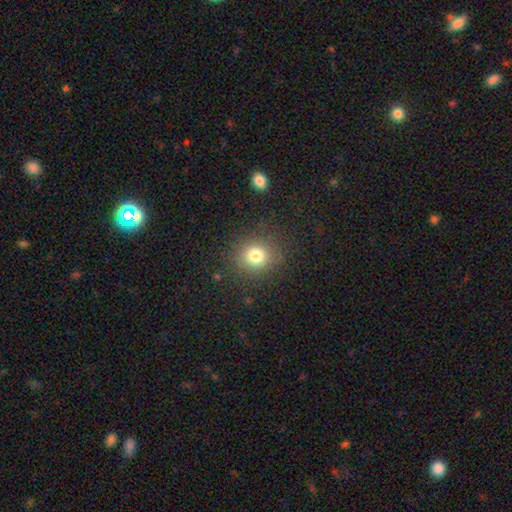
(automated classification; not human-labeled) Smooth or featured?
  - smooth: 78% *
  - star or artifact: 14%
  - featured or disk: 8%
How rounded?
  - round: 85% *
  - in between: 14%
  - cigar-shaped: 1%
Merging?
  - none: 85% *
  - minor disturbance: 9%
  - major disturbance: 4%
  - merger: 1%